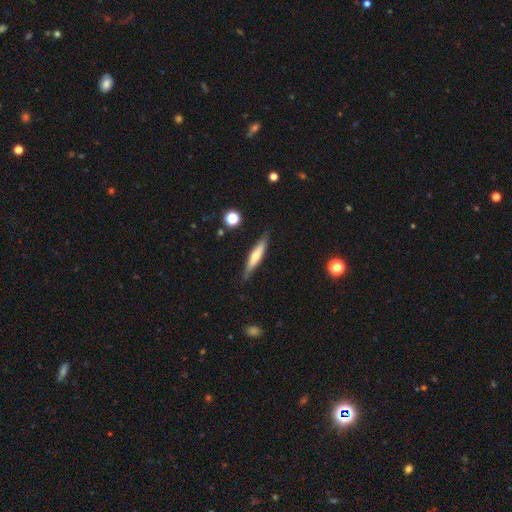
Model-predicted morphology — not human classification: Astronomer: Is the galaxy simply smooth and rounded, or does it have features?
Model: smooth — 48% (runner-up: featured or disk, 46%).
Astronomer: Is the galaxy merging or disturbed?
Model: none — 85%.